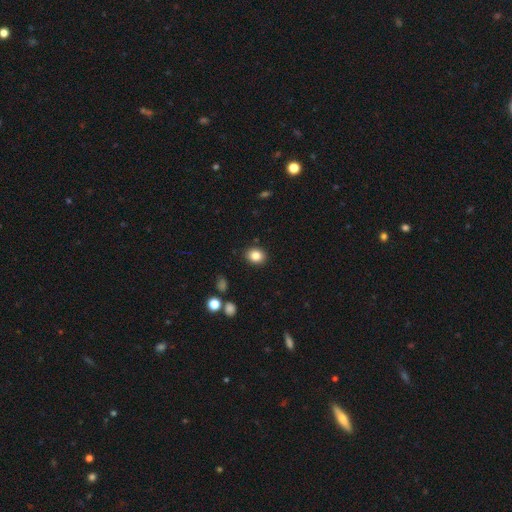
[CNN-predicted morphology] This is clearly a smooth galaxy (84%). How rounded: likely round (64%). Merging: clearly none (90%).